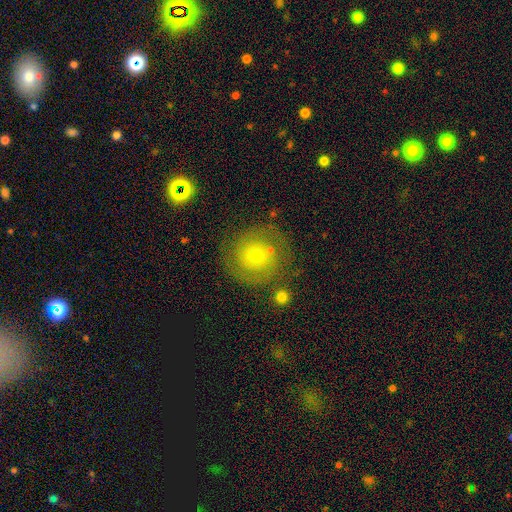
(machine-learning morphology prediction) The model was most divided on "smooth or featured": featured or disk: 53%, smooth: 36%, star or artifact: 10%. More confident: edge-on disk — no (97%); bar — no (85%); merging — none (77%); spiral arms — yes (74%); bulge size — small (67%).